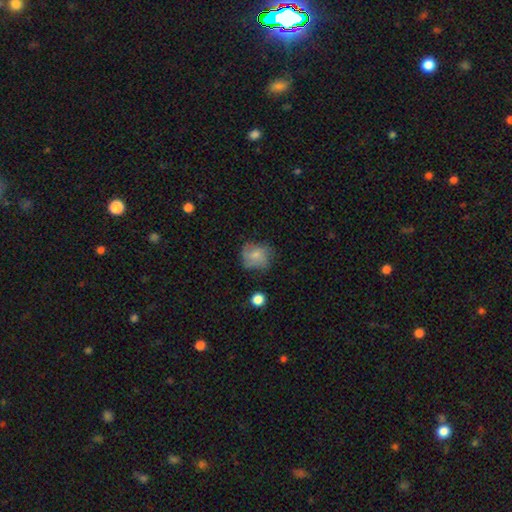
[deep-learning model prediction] Overall: smooth (63%; featured or disk 28%). How rounded: round (72%). Merging: none (55%; minor disturbance 28%).